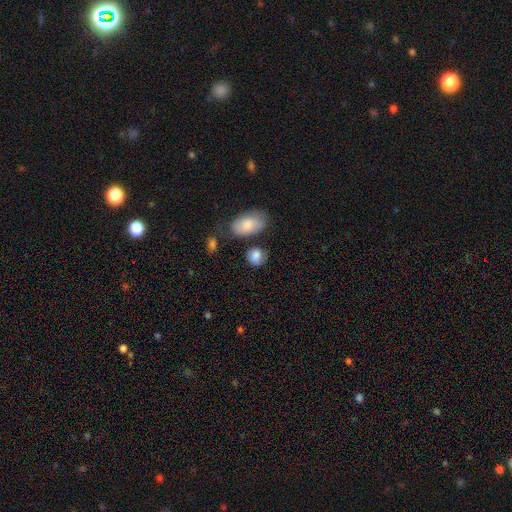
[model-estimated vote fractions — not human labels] Smooth or featured?
  - smooth: 84% *
  - star or artifact: 8%
  - featured or disk: 8%
How rounded?
  - round: 59% *
  - in between: 39%
  - cigar-shaped: 2%
Merging?
  - none: 68% *
  - minor disturbance: 17%
  - merger: 10%
  - major disturbance: 5%